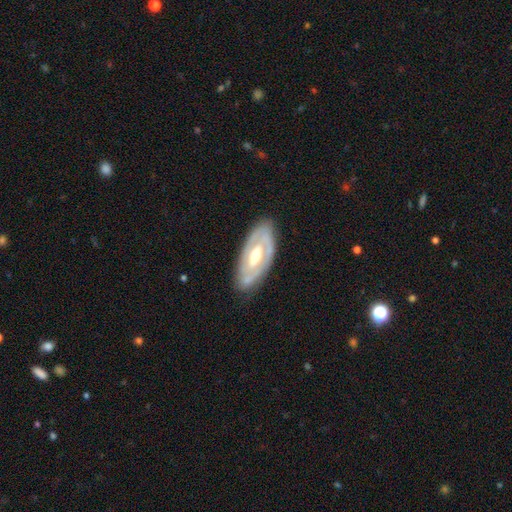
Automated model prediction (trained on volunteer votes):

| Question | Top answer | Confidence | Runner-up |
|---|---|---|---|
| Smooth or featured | featured or disk | 75% | smooth (20%) |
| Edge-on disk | no | 88% | yes (12%) |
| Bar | no | 47% | weak (34%) |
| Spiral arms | yes | 59% | no (41%) |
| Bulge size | moderate | 73% | small (15%) |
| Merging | none | 80% | minor disturbance (15%) |